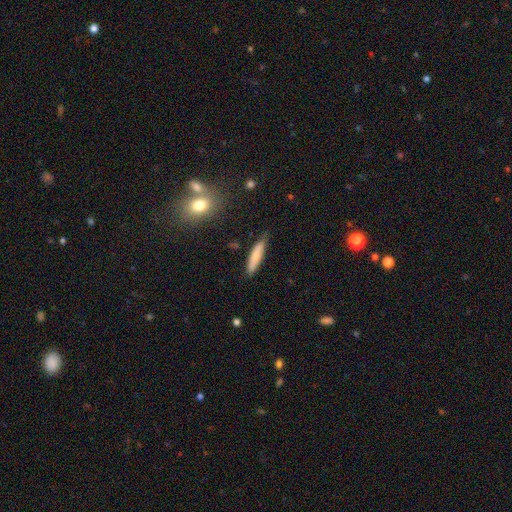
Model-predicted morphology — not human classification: Smooth or featured? Predicted: smooth (p=0.73). How rounded? Predicted: cigar-shaped (p=0.80). Merging? Predicted: none (p=0.79).